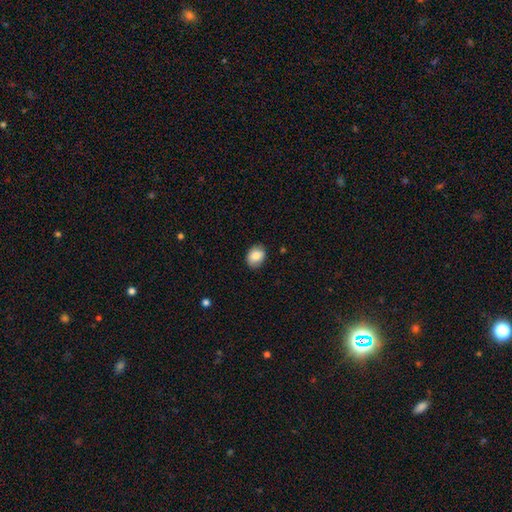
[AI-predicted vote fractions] Smooth or featured? Predicted: smooth (p=0.85). How rounded? Predicted: in between (p=0.58). Merging? Predicted: none (p=0.85).